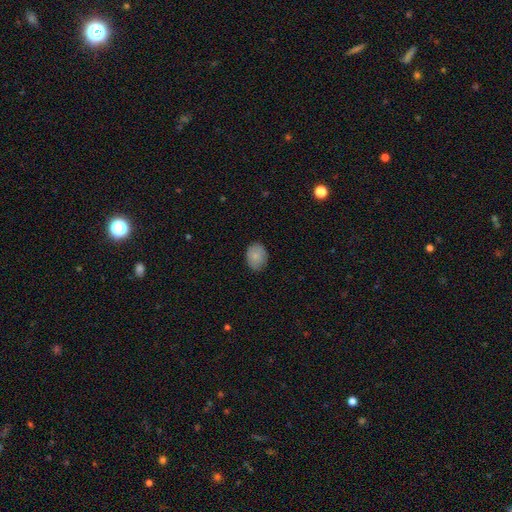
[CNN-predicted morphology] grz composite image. It shows a smooth galaxy with no disk features (84%) that is in between round and cigar-shaped (61%). Merging: none (85%).